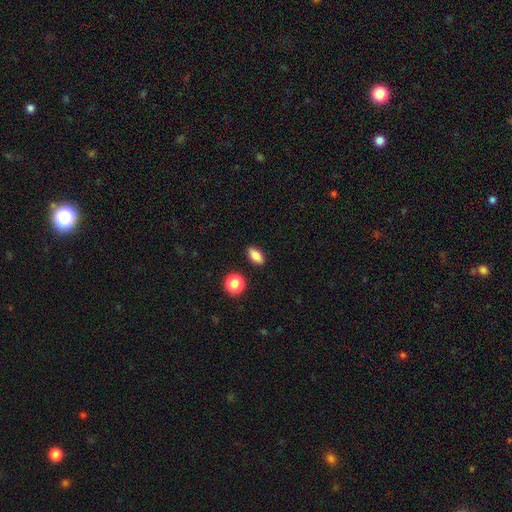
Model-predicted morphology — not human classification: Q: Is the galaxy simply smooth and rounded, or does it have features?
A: smooth — 84%.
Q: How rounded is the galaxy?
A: in between — 85%.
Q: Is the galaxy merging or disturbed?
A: none — 89%.